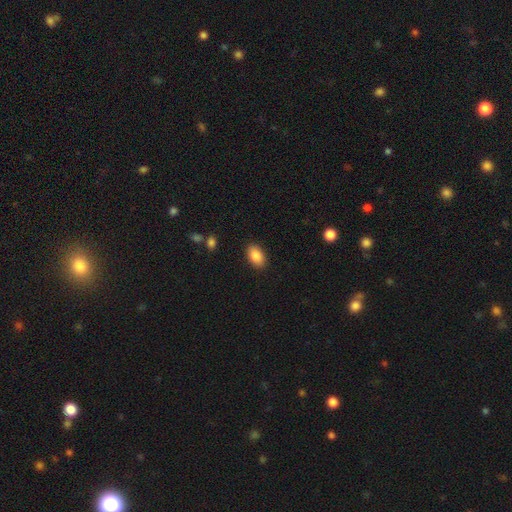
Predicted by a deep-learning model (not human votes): Smooth or featured?
  - smooth: 88% *
  - star or artifact: 7%
  - featured or disk: 5%
How rounded?
  - in between: 92% *
  - round: 6%
  - cigar-shaped: 2%
Merging?
  - none: 88% *
  - minor disturbance: 9%
  - major disturbance: 2%
  - merger: 1%